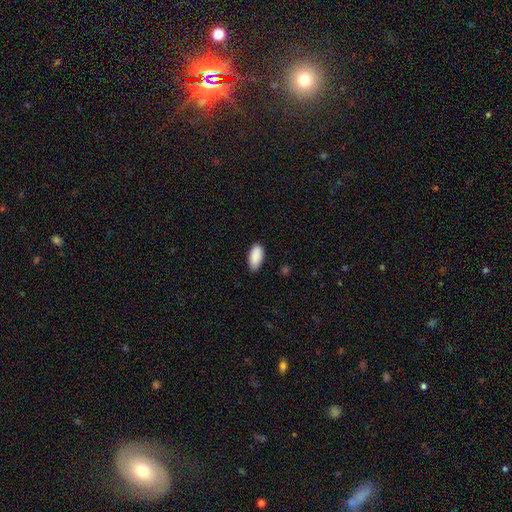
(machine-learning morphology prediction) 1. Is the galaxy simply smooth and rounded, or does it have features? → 90% smooth, 6% star or artifact, 3% featured or disk.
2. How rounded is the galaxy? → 94% in between, 4% cigar-shaped, 2% round.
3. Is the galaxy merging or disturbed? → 78% none, 18% minor disturbance, 2% major disturbance, 1% merger.